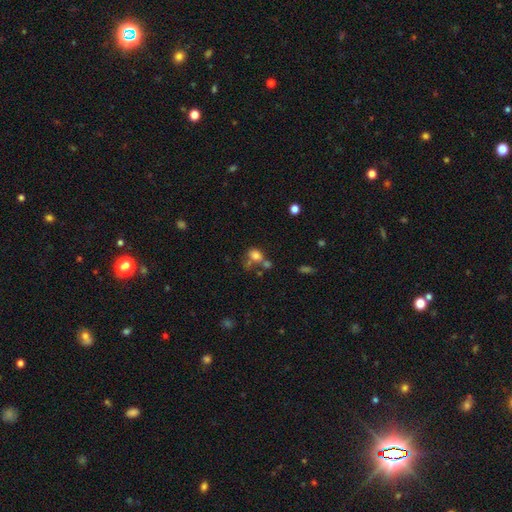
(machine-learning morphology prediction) type=smooth (75%); roundness=round (60%); merging=none (41%).